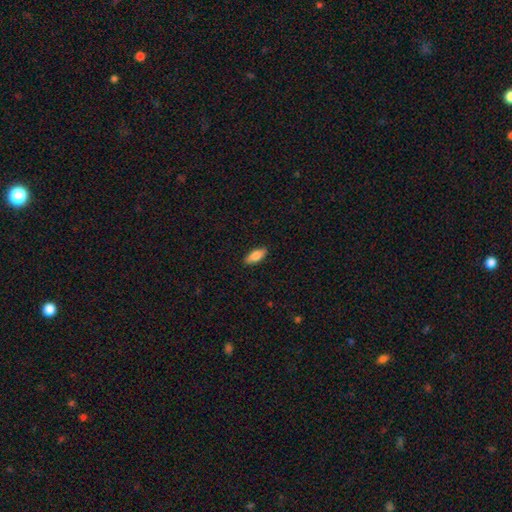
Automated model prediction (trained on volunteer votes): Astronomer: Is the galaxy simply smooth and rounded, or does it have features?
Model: smooth — 83%.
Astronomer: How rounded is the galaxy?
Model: in between — 80%.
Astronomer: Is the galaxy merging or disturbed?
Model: none — 89%.